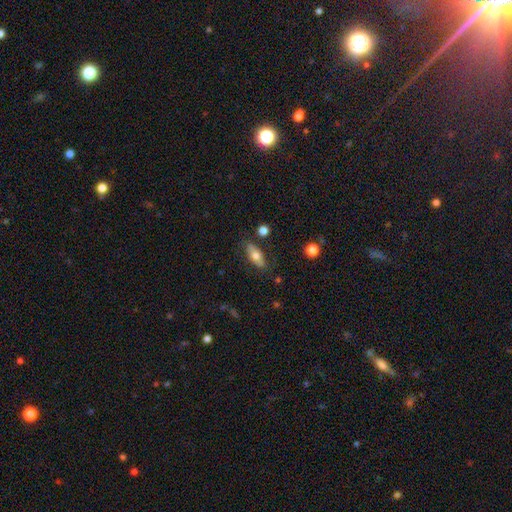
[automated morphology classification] Smooth or featured? Predicted: smooth (p=0.67). How rounded? Predicted: in between (p=0.80). Merging? Predicted: none (p=0.79).